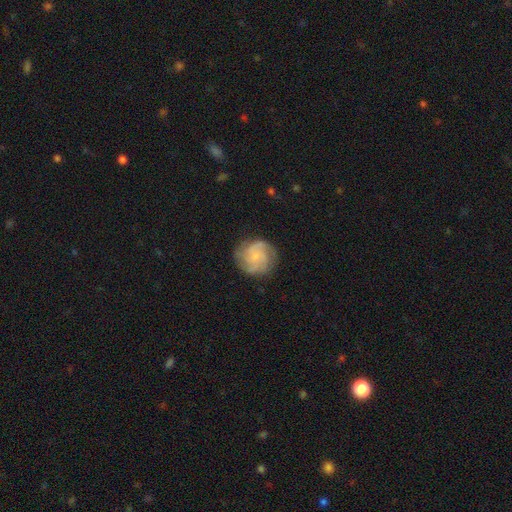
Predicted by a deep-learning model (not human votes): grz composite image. It shows a featured or disk galaxy (69%) with no bar (75%), 3 (38%) tight (46%) spiral arms (94%) and a small central bulge (64%). Merging: none (78%).